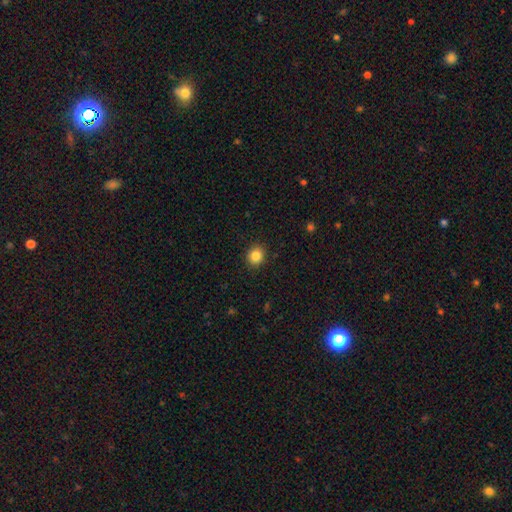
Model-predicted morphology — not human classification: smooth_or_featured: smooth (p=0.85) [alt: star or artifact p=0.10]
how_rounded: round (p=0.80) [alt: in between p=0.19]
merging: none (p=0.91) [alt: minor disturbance p=0.06]